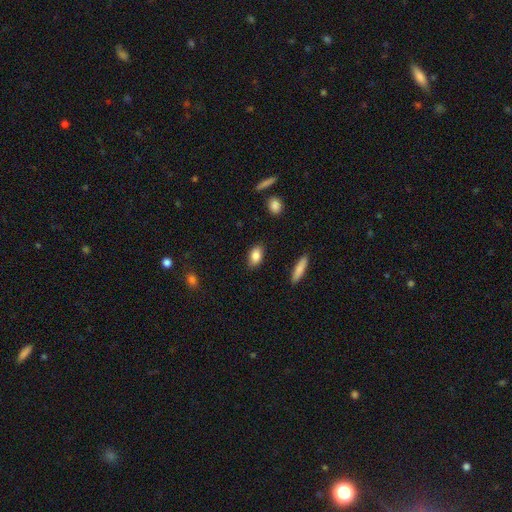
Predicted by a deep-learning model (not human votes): Q: Smooth or featured?
A: smooth (85%); runner-up: featured or disk (8%)
Q: How rounded?
A: in between (87%); runner-up: round (7%)
Q: Merging?
A: none (86%); runner-up: minor disturbance (10%)